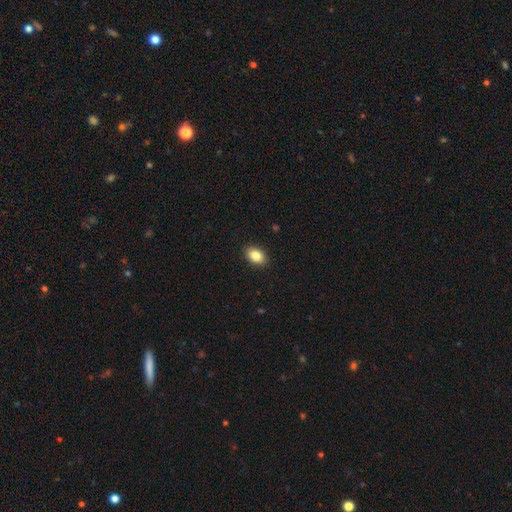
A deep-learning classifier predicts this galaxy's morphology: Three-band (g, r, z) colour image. It shows a smooth galaxy with no disk features (85%) that is in between round and cigar-shaped (83%). Merging: none (90%).